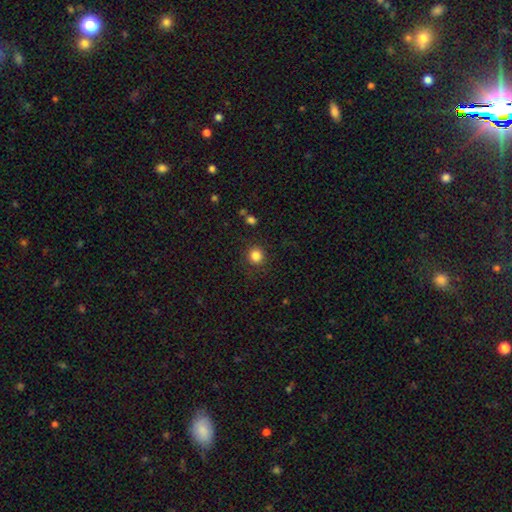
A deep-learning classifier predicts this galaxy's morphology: smooth_or_featured: smooth (p=0.84) [alt: star or artifact p=0.12]
how_rounded: round (p=0.91) [alt: in between p=0.08]
merging: none (p=0.88) [alt: minor disturbance p=0.08]